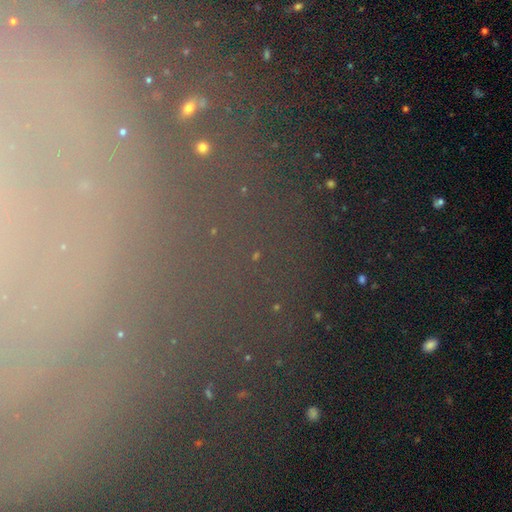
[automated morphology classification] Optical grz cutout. It shows a star or artifact, not a galaxy (72%).